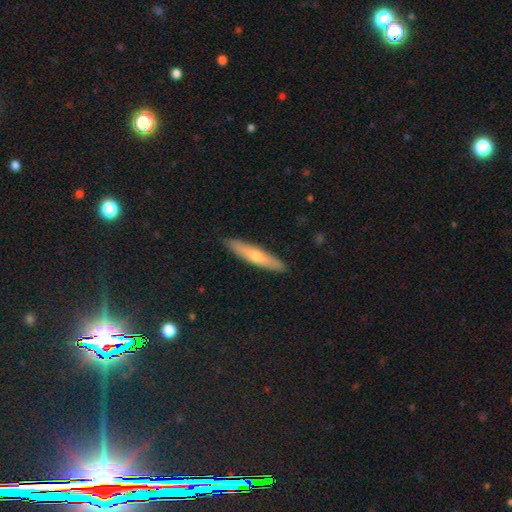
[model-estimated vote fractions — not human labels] Q: Smooth or featured?
A: smooth (53%); runner-up: featured or disk (41%)
Q: How rounded?
A: cigar-shaped (88%); runner-up: in between (10%)
Q: Merging?
A: none (90%); runner-up: minor disturbance (7%)